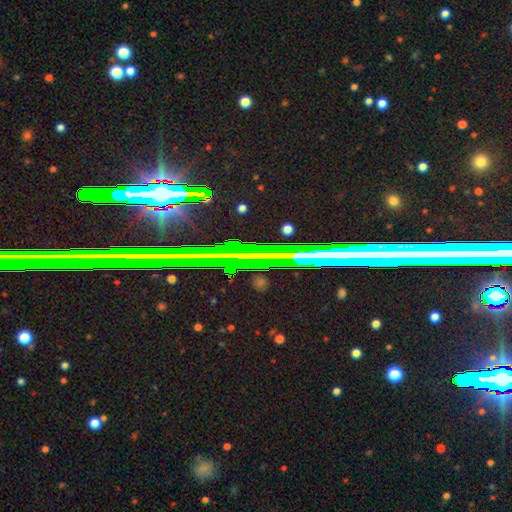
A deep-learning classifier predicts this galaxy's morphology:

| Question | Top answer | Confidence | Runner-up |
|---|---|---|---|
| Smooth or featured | star or artifact | 68% | featured or disk (21%) |